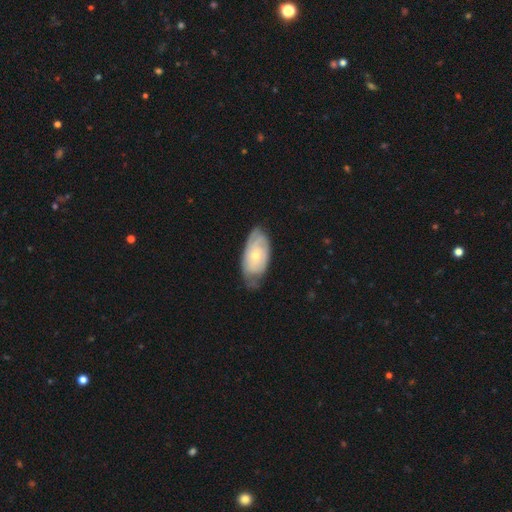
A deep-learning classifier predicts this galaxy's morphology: type=featured or disk (59%); edge-on=no (92%); bar=no (83%); spiral arms=yes (77%); bulge=small (55%); merging=none (60%).